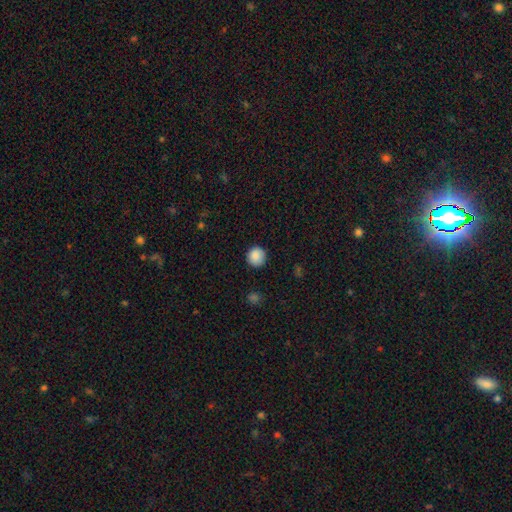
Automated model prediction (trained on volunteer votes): smooth 88%, star or artifact 8%, featured or disk 4%. Down the decision tree: how rounded — round (93%); merging — none (89%).